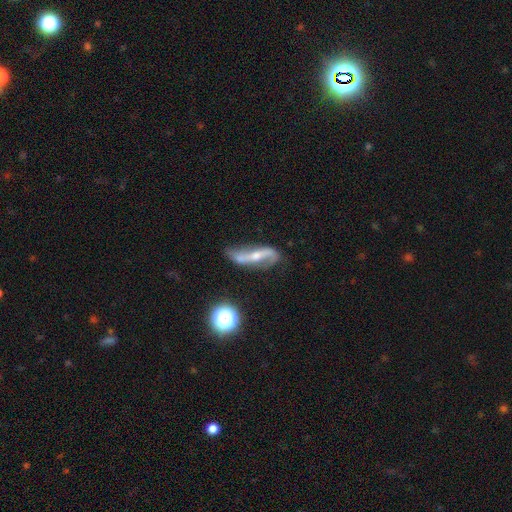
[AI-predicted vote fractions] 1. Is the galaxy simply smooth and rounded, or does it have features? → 82% featured or disk, 10% smooth, 8% star or artifact.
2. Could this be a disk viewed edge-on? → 83% no, 17% yes.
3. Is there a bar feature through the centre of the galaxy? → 47% strong, 27% weak, 26% no.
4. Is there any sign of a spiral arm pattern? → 92% yes, 8% no.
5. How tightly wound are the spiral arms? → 79% loose, 15% medium, 6% tight.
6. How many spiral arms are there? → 90% 2, 4% 1, 3% can't tell, 1% 3, 1% 4, 1% more than 4.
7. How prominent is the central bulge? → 50% small, 42% moderate, 4% none, 3% large, 1% dominant.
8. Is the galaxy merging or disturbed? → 65% none, 22% minor disturbance, 10% major disturbance, 4% merger.